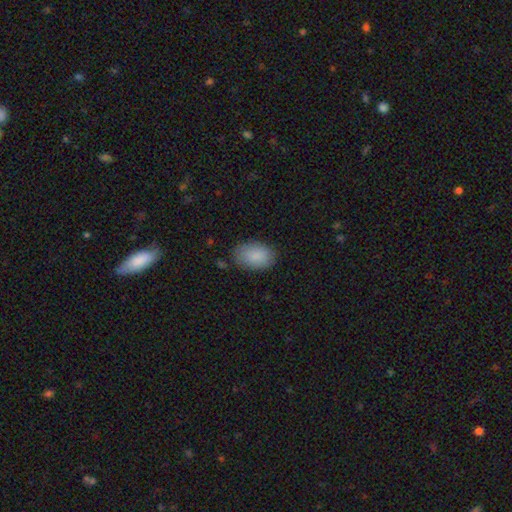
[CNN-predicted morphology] smooth 89%, star or artifact 6%, featured or disk 5%. Down the decision tree: how rounded — in between (90%); merging — none (82%).